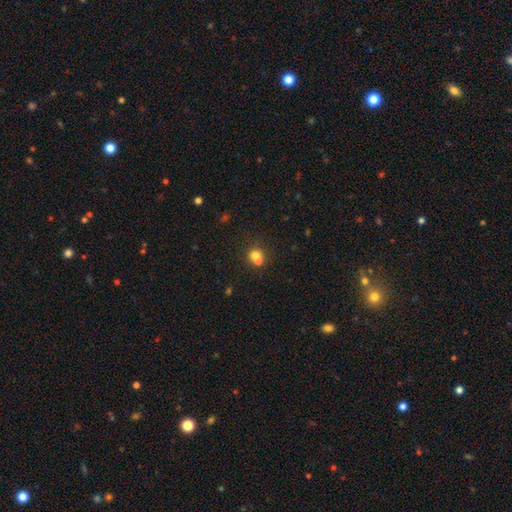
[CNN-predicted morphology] Overall: smooth (72%). How rounded: round (83%). Merging: merger (49%; none 41%).